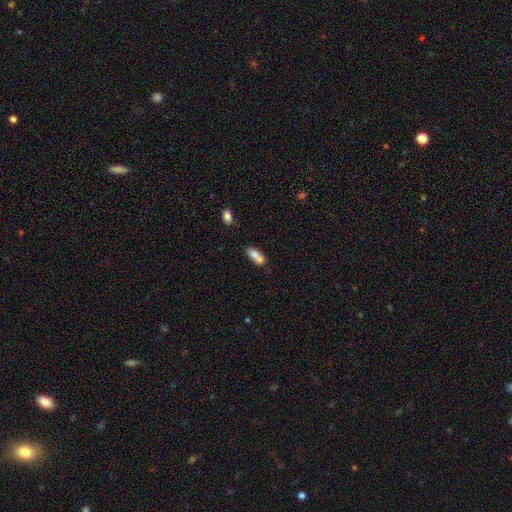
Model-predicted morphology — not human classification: type=smooth (74%); roundness=in between (80%); merging=merger (44%).